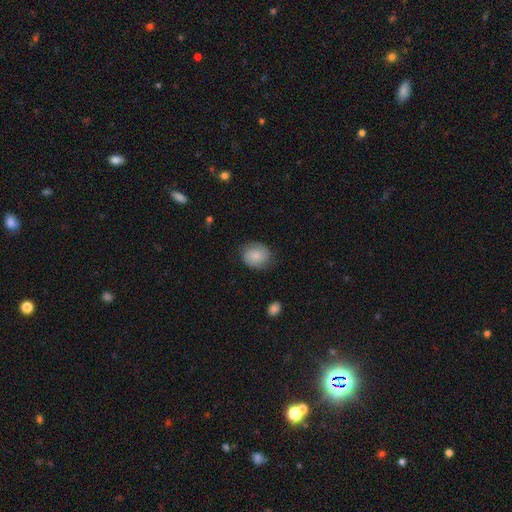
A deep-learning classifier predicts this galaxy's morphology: smooth_or_featured: smooth (p=0.51) [alt: featured or disk p=0.40]
how_rounded: round (p=0.61) [alt: in between p=0.38]
merging: none (p=0.77) [alt: minor disturbance p=0.17]